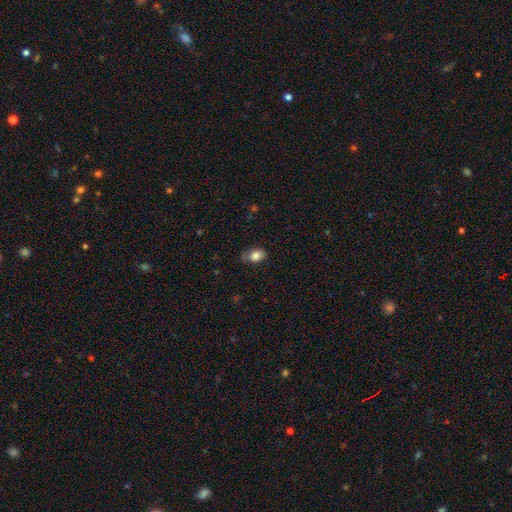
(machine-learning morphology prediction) The model was most divided on "merging": none: 65%, minor disturbance: 27%, major disturbance: 6%, merger: 2%. More confident: smooth or featured — smooth (82%); how rounded — in between (76%).